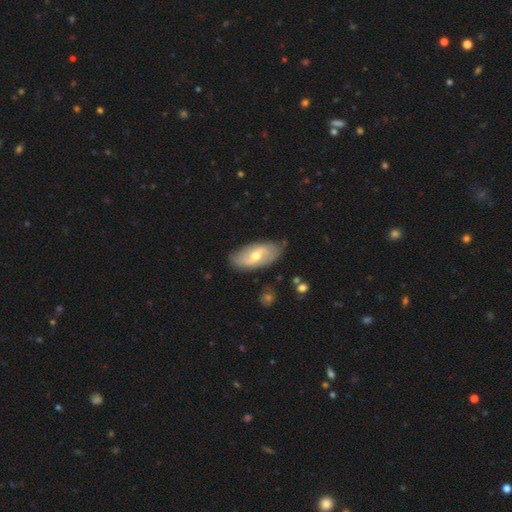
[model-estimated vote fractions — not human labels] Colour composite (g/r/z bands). It shows a featured or disk galaxy (57%) with a weak bar (50%), spiral arms (71%) and a moderate central bulge (65%). Merging: none (78%).